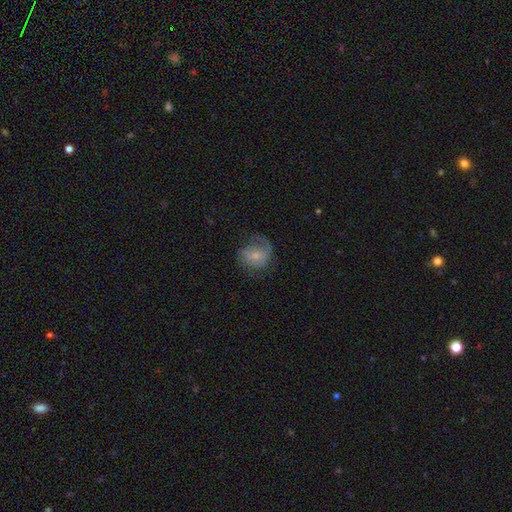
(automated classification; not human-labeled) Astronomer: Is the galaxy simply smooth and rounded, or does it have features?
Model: featured or disk — 51% (runner-up: smooth, 41%).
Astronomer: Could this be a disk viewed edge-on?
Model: no — 97%.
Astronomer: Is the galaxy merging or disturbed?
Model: none — 49% (runner-up: major disturbance, 26%).